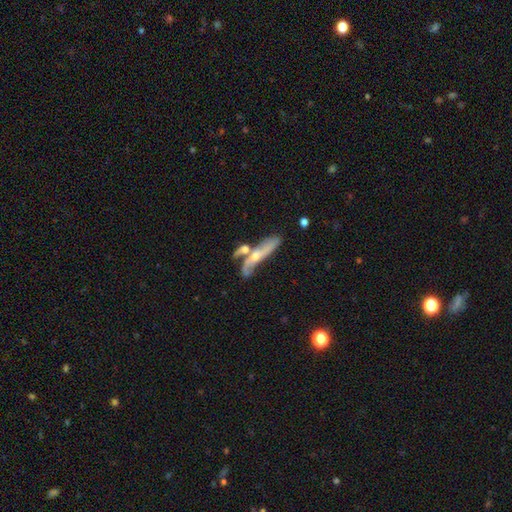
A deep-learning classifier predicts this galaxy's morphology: featured or disk 61%, smooth 32%, star or artifact 7%. Down the decision tree: edge-on disk — yes (54%); merging — merger (38%).